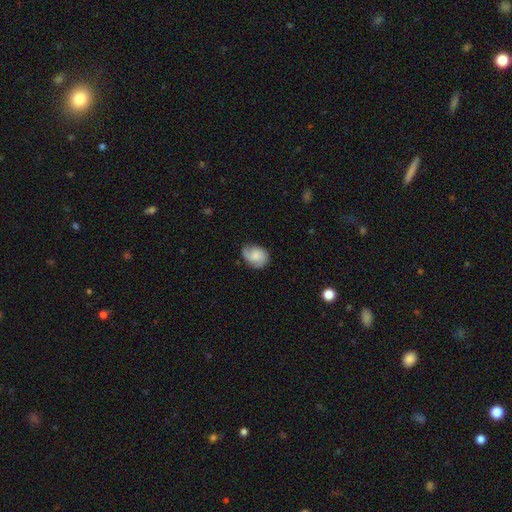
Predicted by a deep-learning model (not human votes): This is possibly a smooth galaxy (51%). How rounded: possibly in between (55%). Merging: likely none (62%).